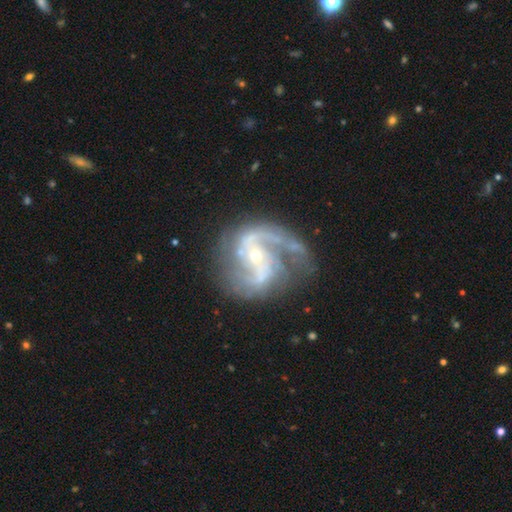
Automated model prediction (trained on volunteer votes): Overall: featured or disk (90%). Edge-on disk: no (98%). Bar: no (42%; weak 36%). Spiral arms: yes (97%). Spiral arm count: 2 (83%). Spiral winding: medium (56%; loose 28%). Bulge size: small (74%). Merging: none (64%).